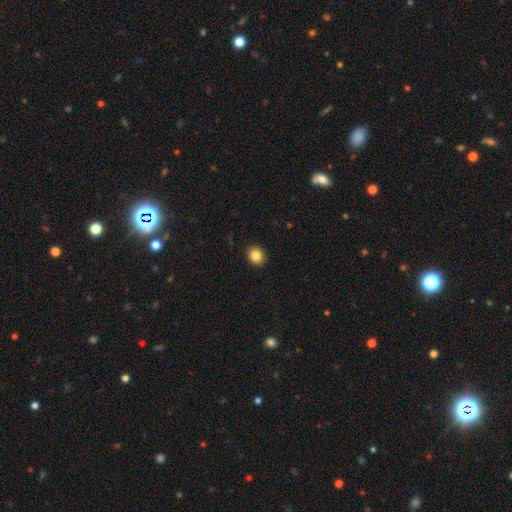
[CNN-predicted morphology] Smooth or featured: smooth — 85% (star or artifact — 10%)
How rounded: round — 80% (in between — 19%)
Merging: none — 92% (minor disturbance — 5%)